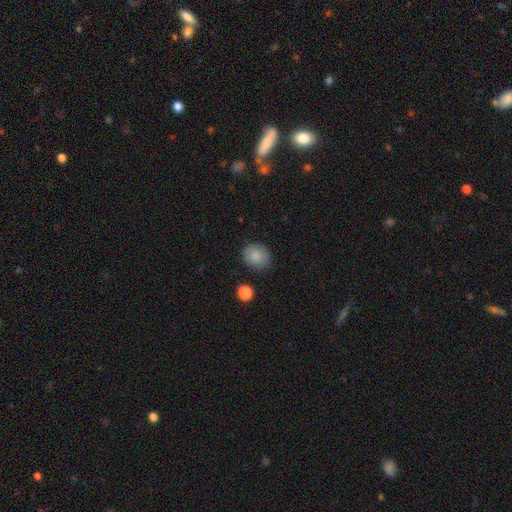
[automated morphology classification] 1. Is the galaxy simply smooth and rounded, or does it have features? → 86% smooth, 8% star or artifact, 6% featured or disk.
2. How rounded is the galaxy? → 68% round, 32% in between, 1% cigar-shaped.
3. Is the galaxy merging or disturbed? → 84% none, 11% minor disturbance, 3% major disturbance, 2% merger.